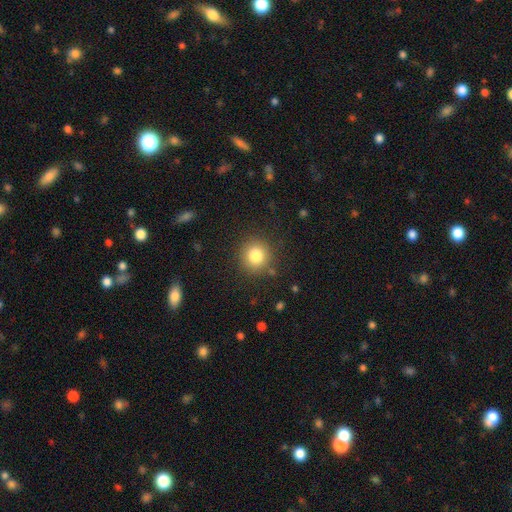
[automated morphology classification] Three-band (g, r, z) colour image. It shows a smooth galaxy with no disk features (82%) that is round (92%). Merging: none (87%).